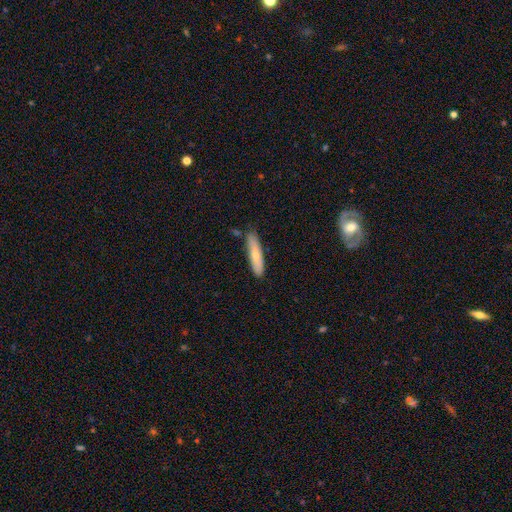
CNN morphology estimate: type=smooth (69%); roundness=cigar-shaped (81%); merging=none (81%).